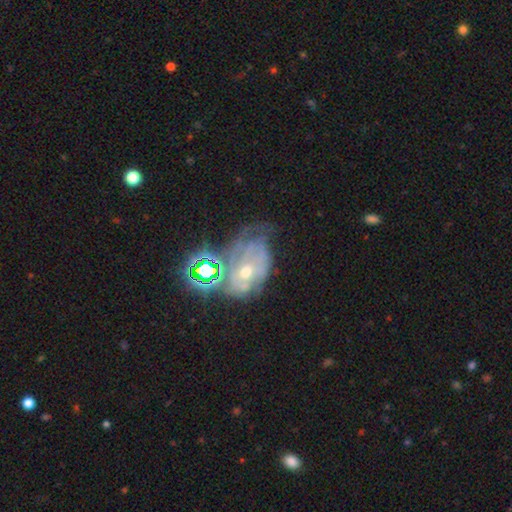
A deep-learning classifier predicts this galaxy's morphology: type=featured or disk (59%); edge-on=no (96%); bar=no (74%); spiral arms=yes (70%); bulge=small (48%); merging=none (35%).